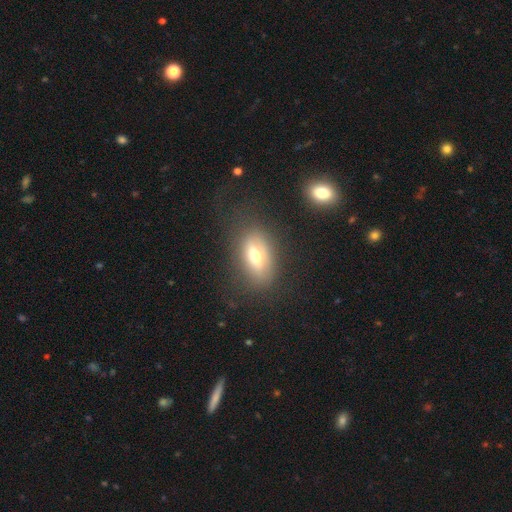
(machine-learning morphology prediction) Overall: smooth (60%; featured or disk 29%). How rounded: in between (84%). Merging: none (71%).